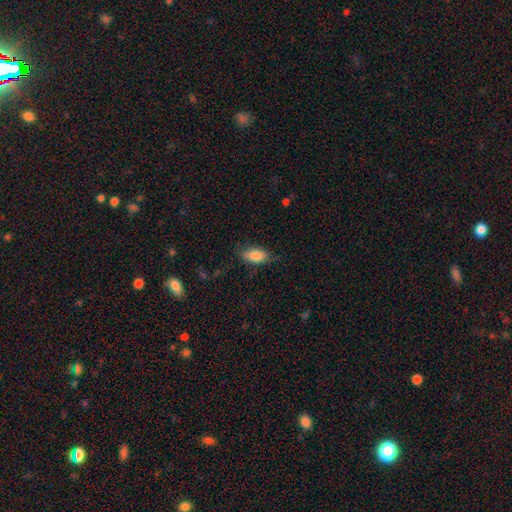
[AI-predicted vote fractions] This is clearly a smooth galaxy (84%). How rounded: clearly in between (90%). Merging: likely none (79%).